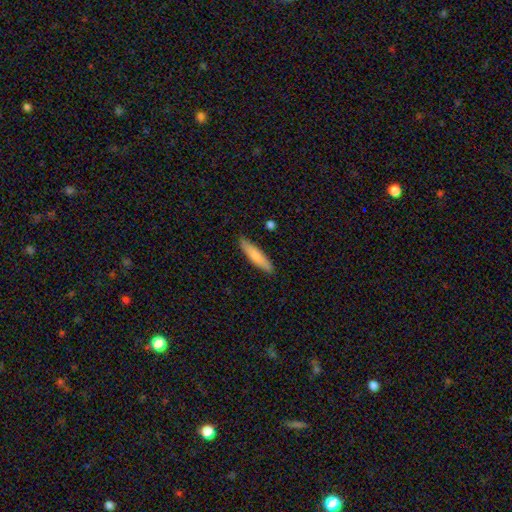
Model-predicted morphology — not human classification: Smooth or featured?
  - smooth: 76% *
  - featured or disk: 18%
  - star or artifact: 6%
How rounded?
  - cigar-shaped: 82% *
  - in between: 17%
  - round: 1%
Merging?
  - none: 88% *
  - minor disturbance: 9%
  - major disturbance: 2%
  - merger: 1%